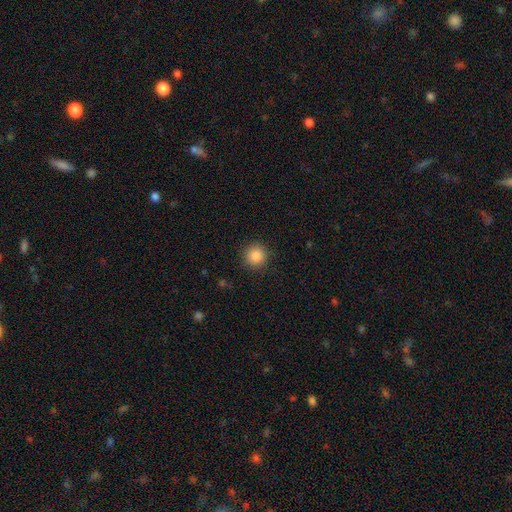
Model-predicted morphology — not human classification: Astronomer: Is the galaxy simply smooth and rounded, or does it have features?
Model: smooth — 87%.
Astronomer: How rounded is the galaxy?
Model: round — 94%.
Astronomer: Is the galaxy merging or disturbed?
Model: none — 90%.